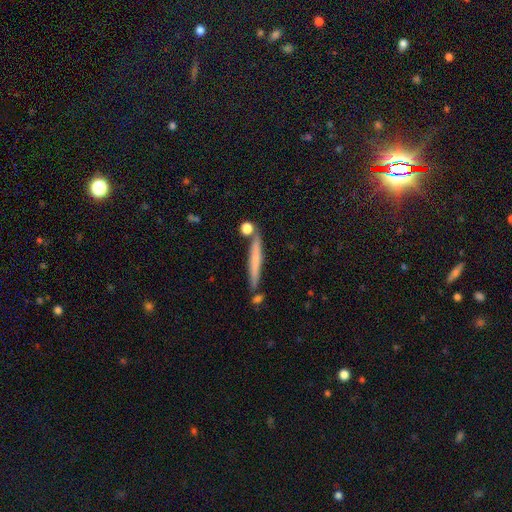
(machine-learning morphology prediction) smooth-or-featured: smooth: 56% | featured or disk: 36% | star or artifact: 8%
  how-rounded: cigar-shaped: 95% | in between: 3% | round: 2%
  merging: none: 81% | minor disturbance: 10% | merger: 6% | major disturbance: 2%